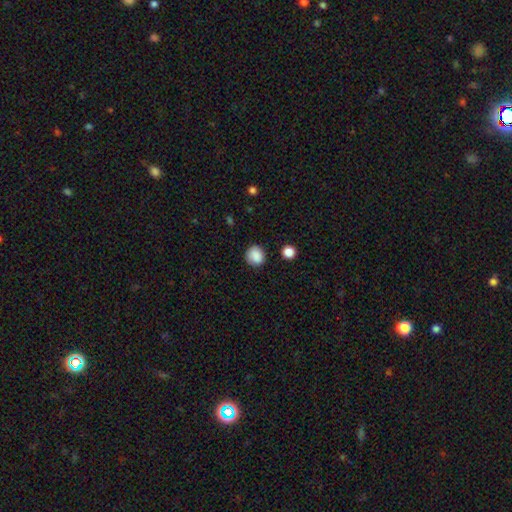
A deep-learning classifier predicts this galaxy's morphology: Smooth or featured? smooth (87%)
How rounded? round (82%)
Merging? none (83%)